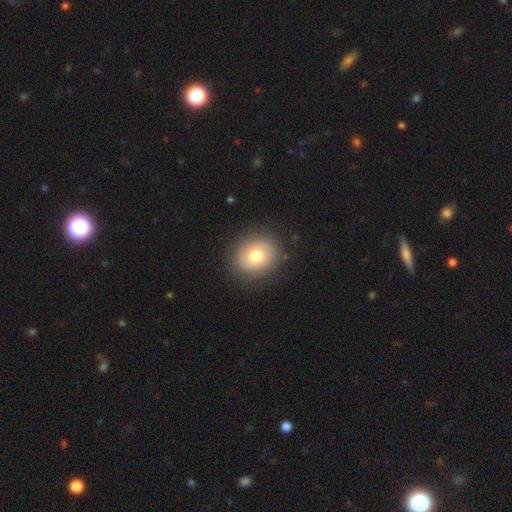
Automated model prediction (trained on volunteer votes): This appears to be a smooth galaxy with no disk features (74%) that is round (69%). Merging: none (85%).